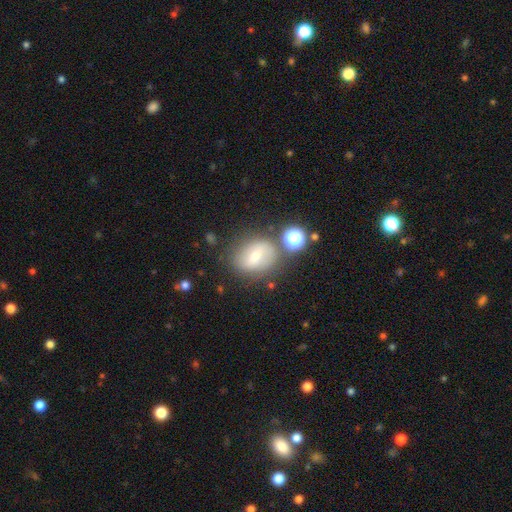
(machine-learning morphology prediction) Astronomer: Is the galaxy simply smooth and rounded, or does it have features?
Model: smooth — 49% (runner-up: featured or disk, 38%).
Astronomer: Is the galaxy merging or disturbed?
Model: none — 67%.